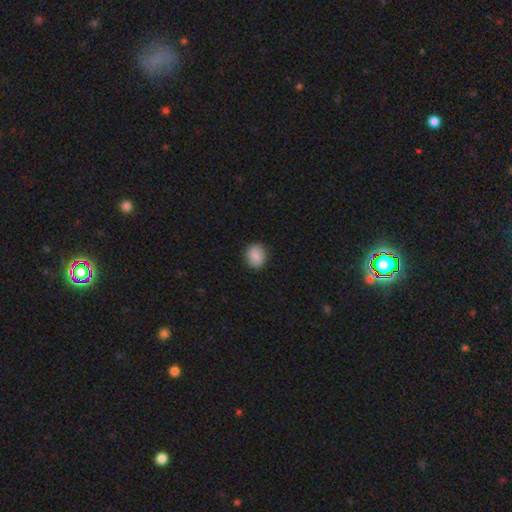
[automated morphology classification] Smooth or featured? Predicted: smooth (p=0.87). How rounded? Predicted: round (p=0.63). Merging? Predicted: none (p=0.88).